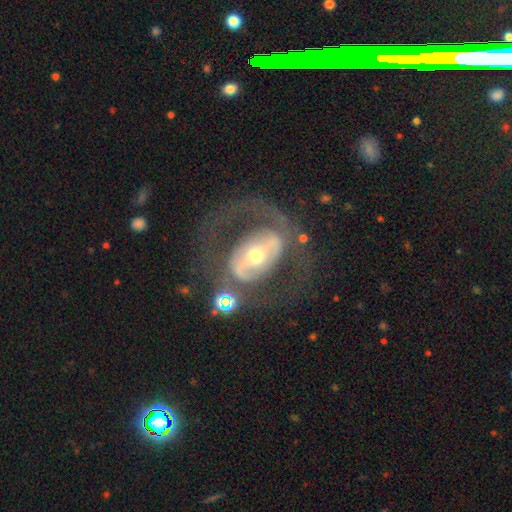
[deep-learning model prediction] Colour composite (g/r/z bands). It shows a featured or disk galaxy (78%) with a strong bar (46%), spiral arms (62%) and a moderate central bulge (57%). Merging: none (59%).